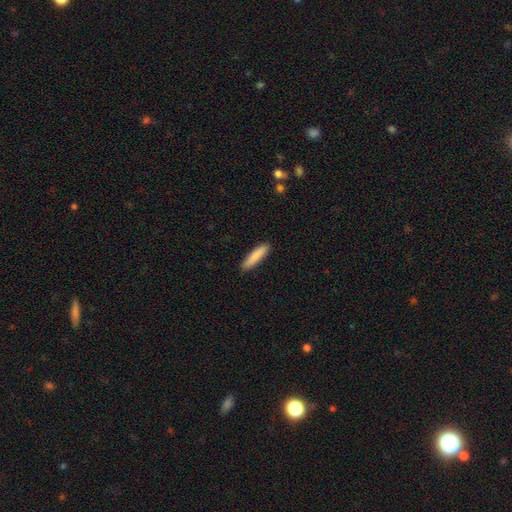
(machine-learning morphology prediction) A smooth galaxy with no disk features (86%) that is cigar-shaped (82%). Merging: none (90%).